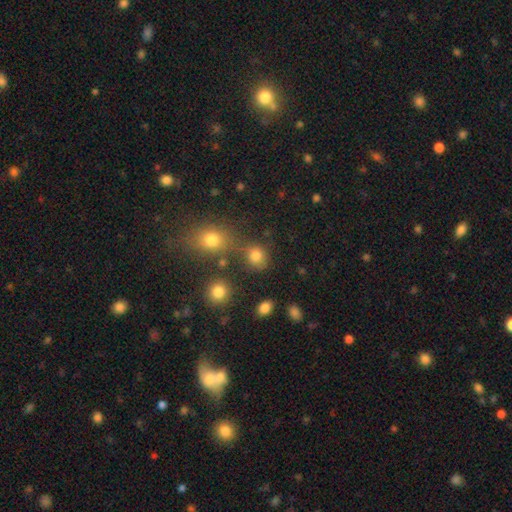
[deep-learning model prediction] The model was most divided on "merging": none: 66%, merger: 17%, minor disturbance: 12%, major disturbance: 5%. More confident: smooth or featured — smooth (79%); how rounded — round (78%).